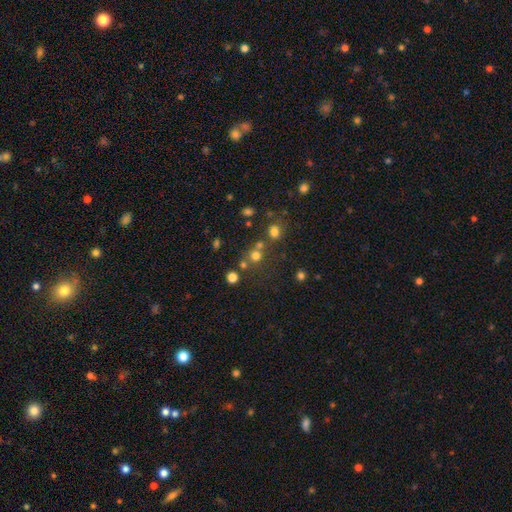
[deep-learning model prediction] Morphology: type=smooth (68%); roundness=round (88%); merging=none (61%).